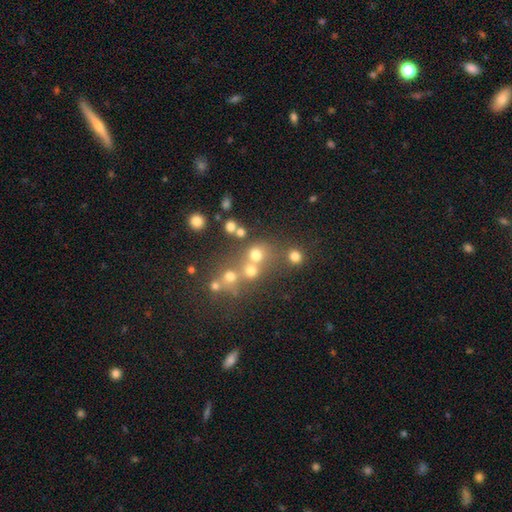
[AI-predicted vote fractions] smooth 51%, star or artifact 29%, featured or disk 20%. Down the decision tree: how rounded — round (79%); merging — none (49%).